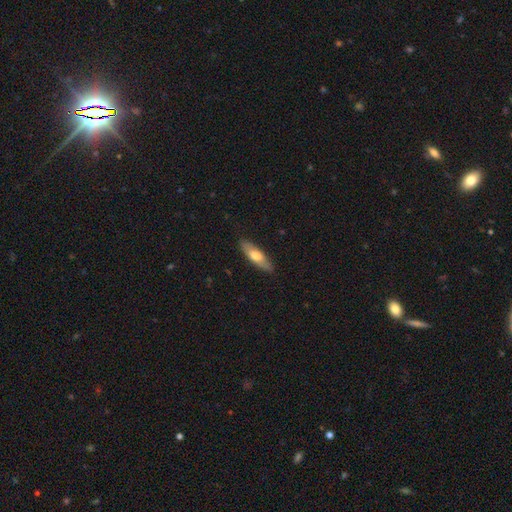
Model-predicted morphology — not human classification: A smooth galaxy with no disk features (63%) that is cigar-shaped (50%).

Vote fractions:
- Smooth or featured? smooth: 63% / featured or disk: 32% / star or artifact: 5%
- How rounded? cigar-shaped: 50% / in between: 48% / round: 2%
- Merging? none: 86% / minor disturbance: 11% / major disturbance: 2% / merger: 1%